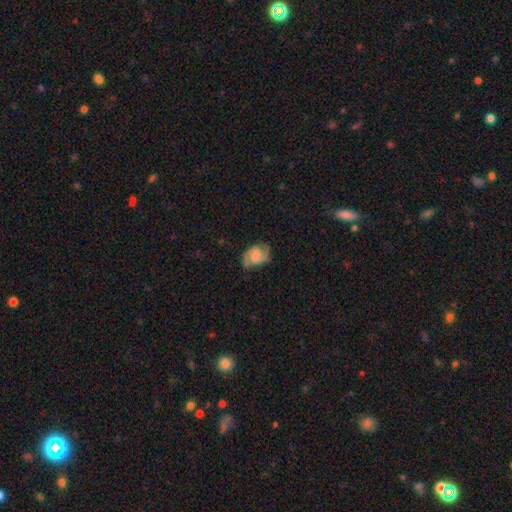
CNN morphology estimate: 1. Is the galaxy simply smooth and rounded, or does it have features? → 75% featured or disk, 18% smooth, 7% star or artifact.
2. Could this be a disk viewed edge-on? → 98% no, 2% yes.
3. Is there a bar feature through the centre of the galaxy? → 48% weak, 39% no, 13% strong.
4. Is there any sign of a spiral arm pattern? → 95% yes, 5% no.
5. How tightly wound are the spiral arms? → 52% medium, 28% tight, 20% loose.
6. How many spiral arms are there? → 89% 2, 5% can't tell, 2% 3, 2% 1, 1% 4, 1% more than 4.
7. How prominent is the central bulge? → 40% none, 31% small, 21% moderate, 6% large, 1% dominant.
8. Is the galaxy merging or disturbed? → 72% none, 19% minor disturbance, 7% major disturbance, 1% merger.